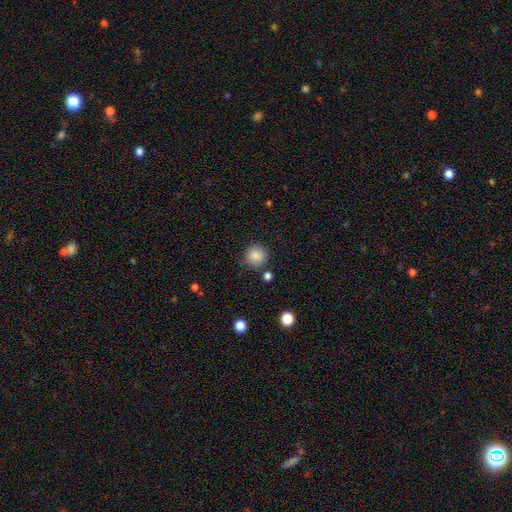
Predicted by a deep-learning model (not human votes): This appears to be a smooth galaxy with no disk features (86%) that is round (94%). Merging: none (84%).